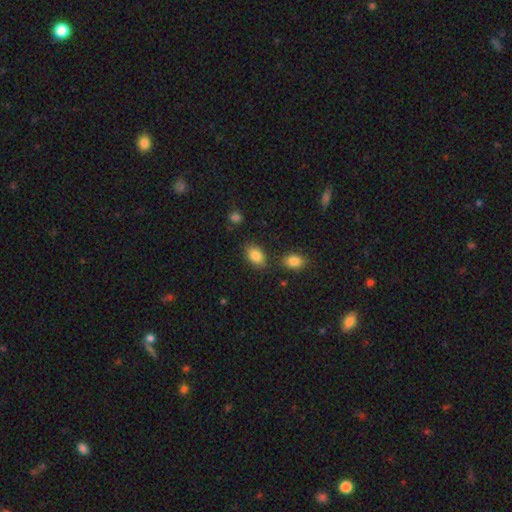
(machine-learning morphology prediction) smooth_or_featured: smooth (p=0.85) [alt: star or artifact p=0.08]
how_rounded: in between (p=0.87) [alt: round p=0.11]
merging: none (p=0.78) [alt: minor disturbance p=0.13]